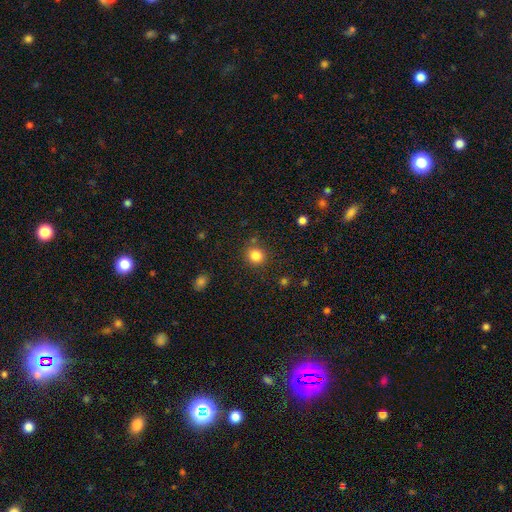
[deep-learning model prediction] This appears to be a smooth galaxy with no disk features (83%) that is round (89%). Merging: none (83%).